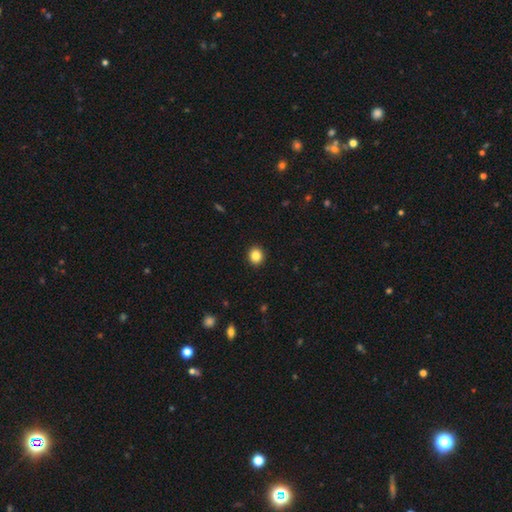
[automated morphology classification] A smooth galaxy with no disk features (85%) that is round (82%). Merging: none (93%).